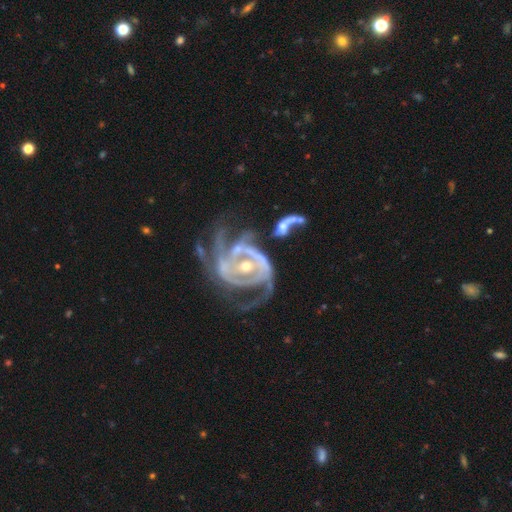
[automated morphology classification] featured or disk 91%, star or artifact 5%, smooth 4%. Down the decision tree: edge-on disk — no (98%); bar — no (54%); spiral arms — yes (95%); spiral arm count — 2 (32%); spiral winding — tight (44%); bulge size — moderate (48%); merging — major disturbance (34%).